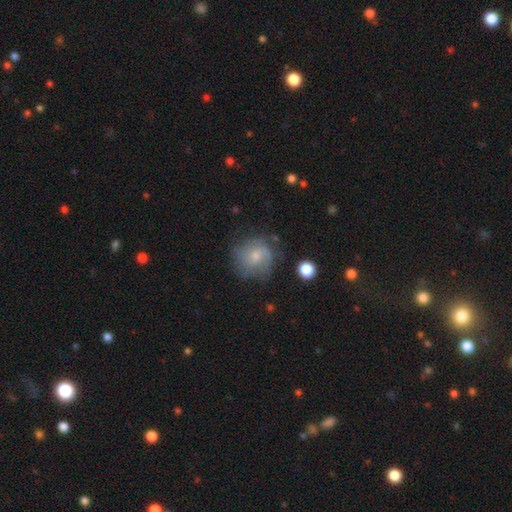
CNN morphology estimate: Overall: featured or disk (51%; smooth 40%). Edge-on disk: no (97%). Merging: none (64%).